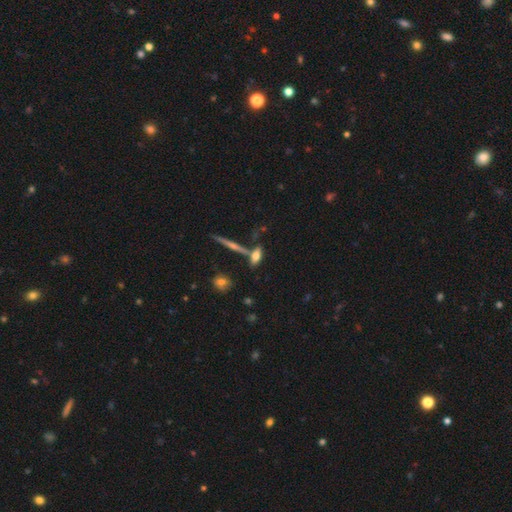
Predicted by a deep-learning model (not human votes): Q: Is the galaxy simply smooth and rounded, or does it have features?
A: smooth — 58%.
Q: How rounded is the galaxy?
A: in between — 59%.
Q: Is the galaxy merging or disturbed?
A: none — 59%.